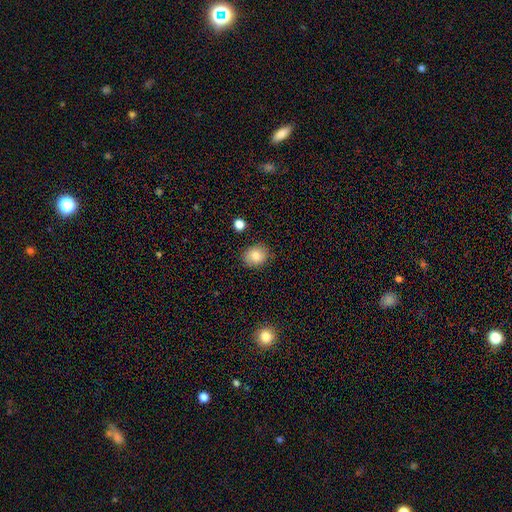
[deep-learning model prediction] smooth-or-featured: smooth: 81% | featured or disk: 9% | star or artifact: 9%
  how-rounded: round: 65% | in between: 34% | cigar-shaped: 1%
  merging: none: 86% | minor disturbance: 10% | major disturbance: 2% | merger: 2%